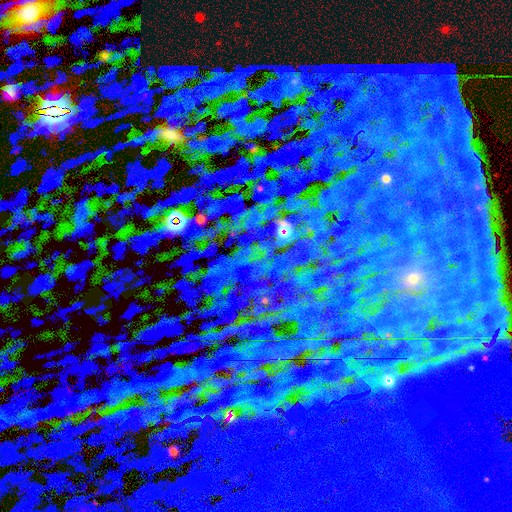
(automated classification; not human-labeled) Smooth or featured? star or artifact (82%)